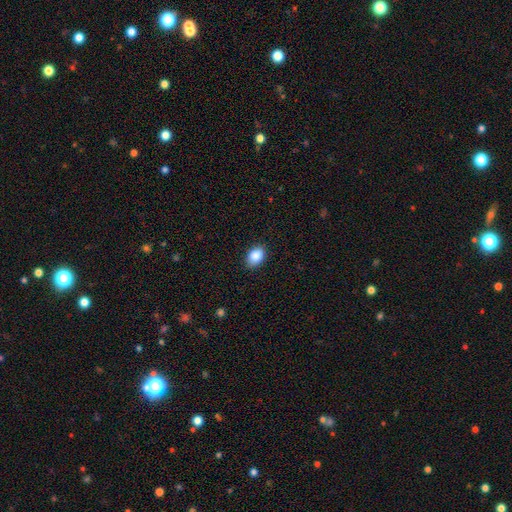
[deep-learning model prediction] This is clearly a smooth galaxy (88%). How rounded: likely in between (79%). Merging: clearly none (85%).